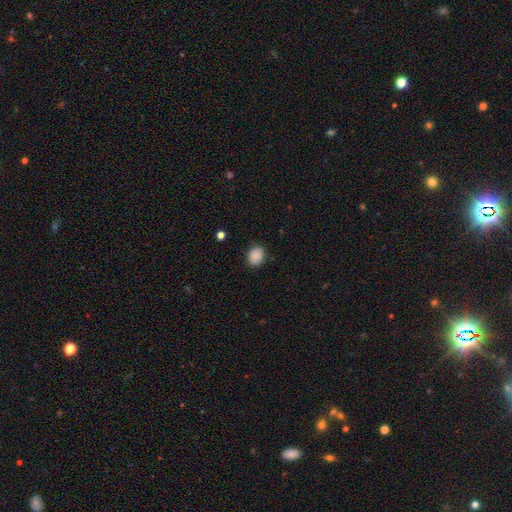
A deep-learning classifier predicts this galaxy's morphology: This appears to be a smooth galaxy with no disk features (88%) that is round (53%). Merging: none (84%).